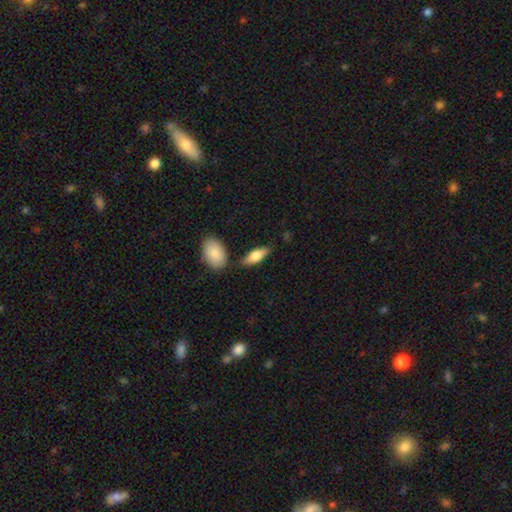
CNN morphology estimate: Overall: smooth (75%). How rounded: in between (75%). Merging: none (74%).